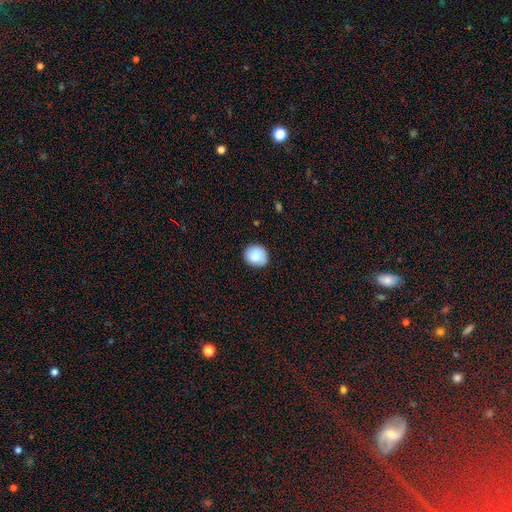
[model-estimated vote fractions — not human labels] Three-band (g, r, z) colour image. It shows a smooth galaxy with no disk features (83%) that is round (84%). Merging: none (79%).